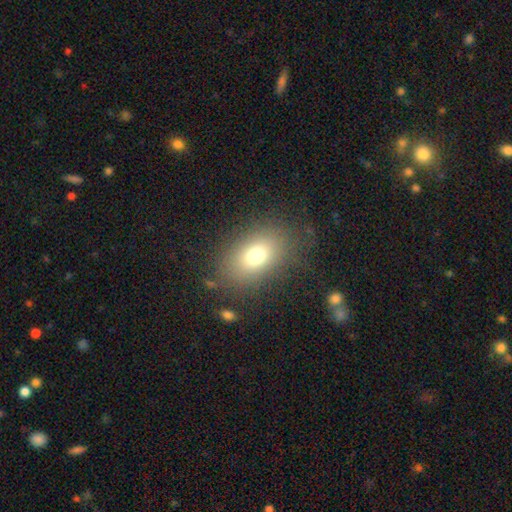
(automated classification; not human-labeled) Overall: smooth (73%). How rounded: in between (78%). Merging: none (80%).